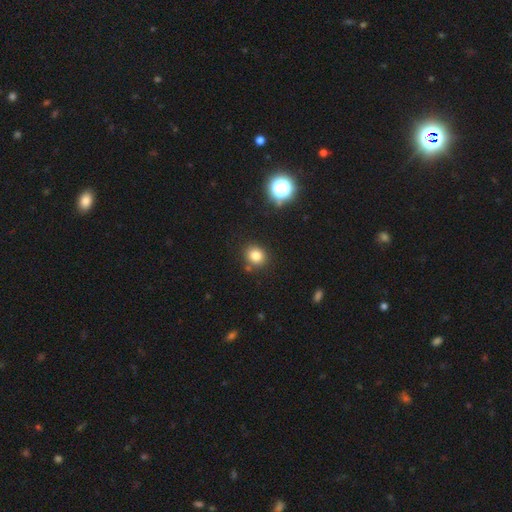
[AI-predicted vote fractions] A smooth galaxy with no disk features (80%) that is round (75%). Merging: none (84%).